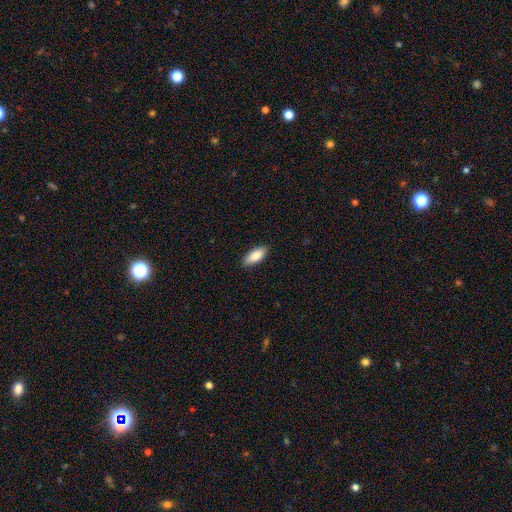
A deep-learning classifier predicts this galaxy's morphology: The model was most divided on "how rounded": in between: 84%, cigar-shaped: 14%, round: 2%. More confident: merging — none (89%); smooth or featured — smooth (86%).